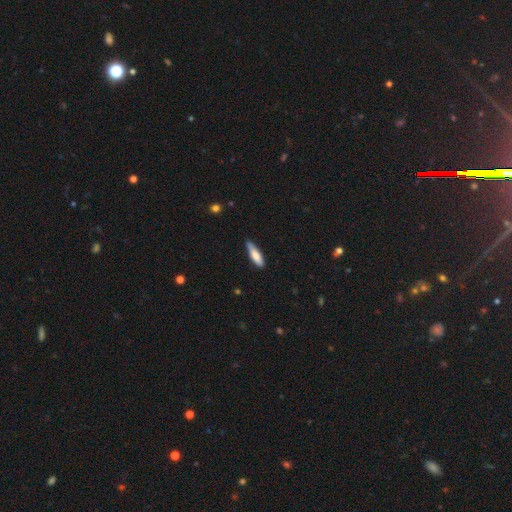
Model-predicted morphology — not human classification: Smooth or featured? Predicted: smooth (p=0.77). How rounded? Predicted: cigar-shaped (p=0.67). Merging? Predicted: none (p=0.74).